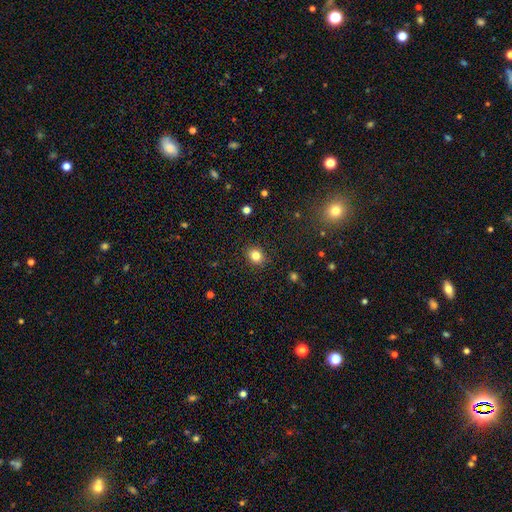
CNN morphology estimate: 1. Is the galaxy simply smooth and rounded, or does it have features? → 82% smooth, 12% star or artifact, 6% featured or disk.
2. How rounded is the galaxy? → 72% round, 27% in between, 1% cigar-shaped.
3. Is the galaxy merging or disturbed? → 89% none, 7% minor disturbance, 2% major disturbance, 1% merger.